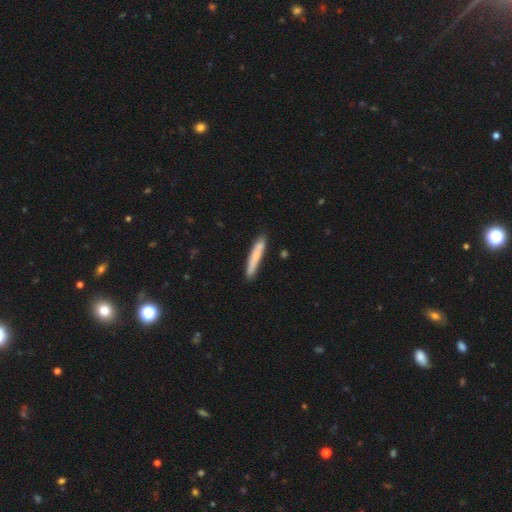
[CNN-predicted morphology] Smooth or featured? smooth (74%)
How rounded? cigar-shaped (94%)
Merging? none (84%)